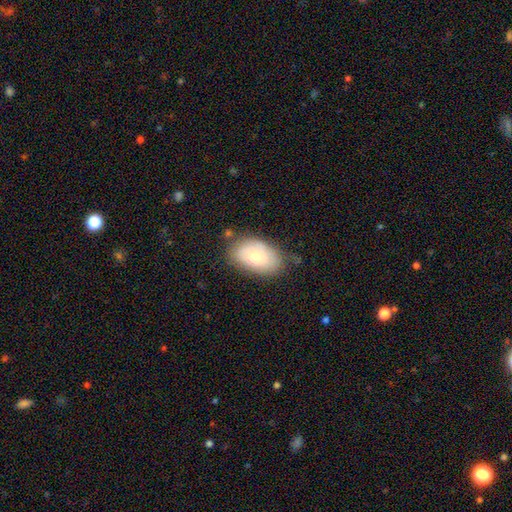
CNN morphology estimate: smooth-or-featured: smooth: 67% | featured or disk: 26% | star or artifact: 7%
  how-rounded: in between: 92% | round: 7% | cigar-shaped: 1%
  merging: none: 67% | minor disturbance: 24% | major disturbance: 6% | merger: 3%